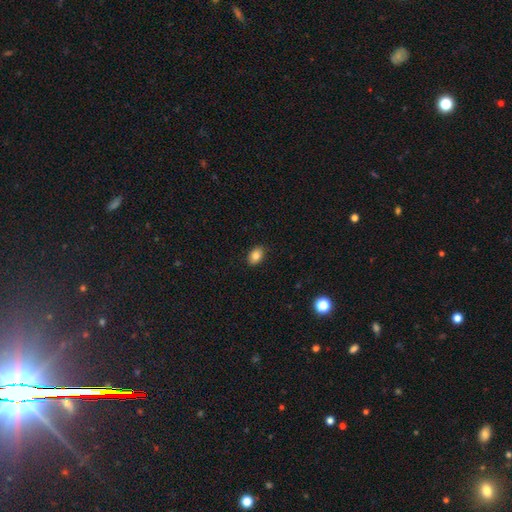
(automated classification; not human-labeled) Overall: smooth (83%). How rounded: in between (83%). Merging: none (88%).